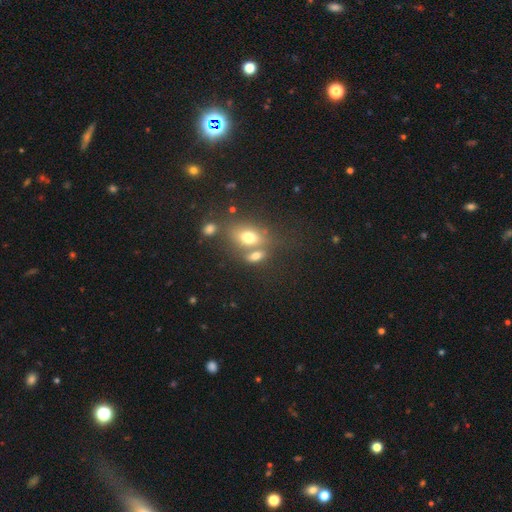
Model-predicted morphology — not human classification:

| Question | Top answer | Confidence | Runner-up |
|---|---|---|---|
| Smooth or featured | smooth | 70% | featured or disk (17%) |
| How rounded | in between | 76% | round (18%) |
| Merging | merger | 42% | none (40%) |